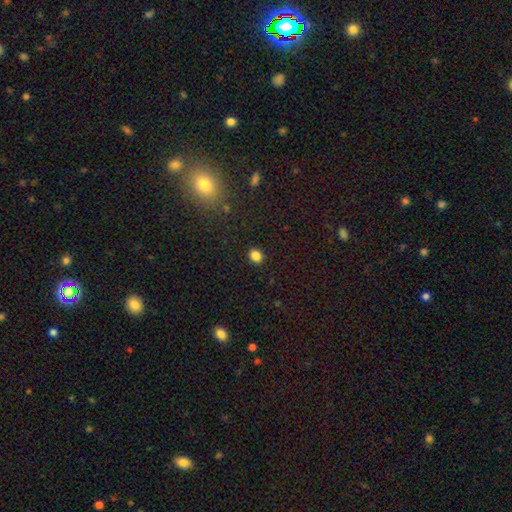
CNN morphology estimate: Smooth or featured: smooth — 84% (star or artifact — 12%)
How rounded: round — 71% (in between — 28%)
Merging: none — 90% (minor disturbance — 6%)